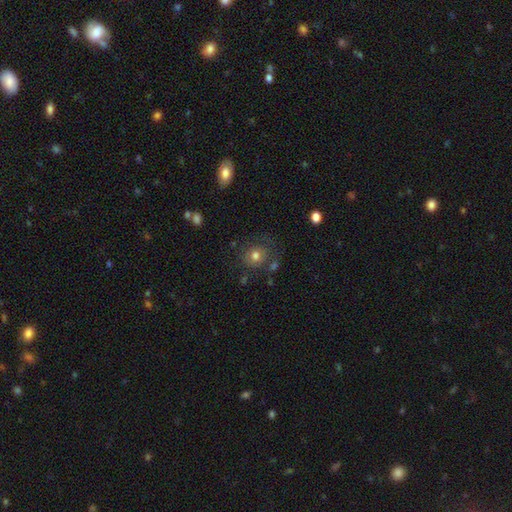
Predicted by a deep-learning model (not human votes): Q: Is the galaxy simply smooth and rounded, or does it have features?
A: smooth — 72%.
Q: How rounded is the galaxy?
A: round — 79%.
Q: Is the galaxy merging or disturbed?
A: none — 70%.